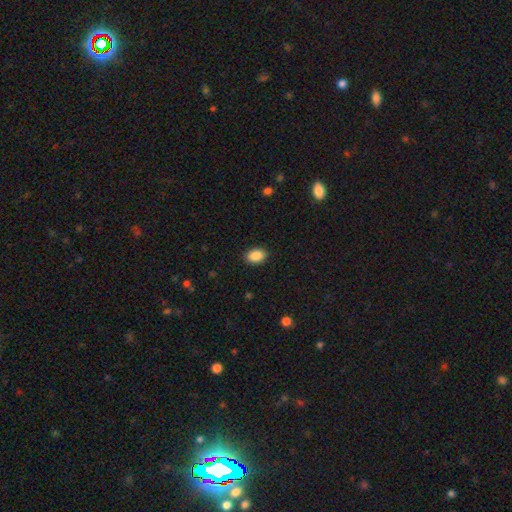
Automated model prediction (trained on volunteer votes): Q: Smooth or featured?
A: smooth (89%); runner-up: star or artifact (8%)
Q: How rounded?
A: in between (82%); runner-up: round (17%)
Q: Merging?
A: none (90%); runner-up: minor disturbance (7%)